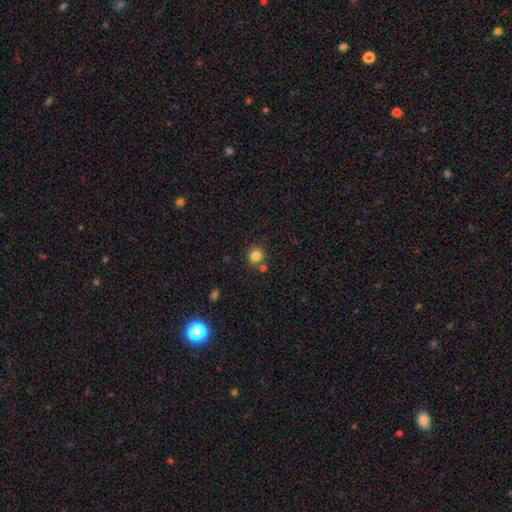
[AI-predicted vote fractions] The model was most divided on "merging": none: 78%, merger: 12%, minor disturbance: 8%, major disturbance: 2%. More confident: how rounded — round (91%); smooth or featured — smooth (83%).